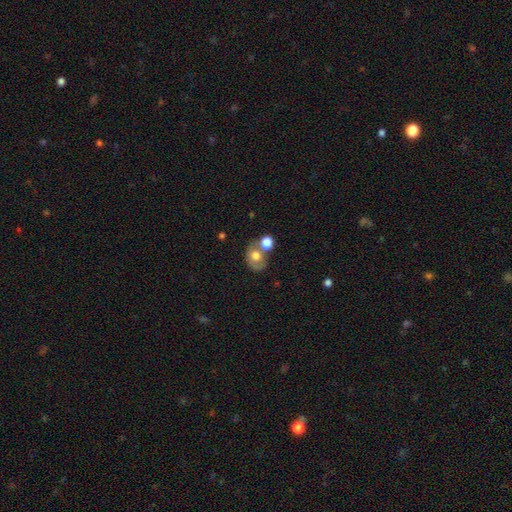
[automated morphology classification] Q: Smooth or featured?
A: smooth (62%); runner-up: featured or disk (29%)
Q: How rounded?
A: in between (52%); runner-up: round (46%)
Q: Merging?
A: merger (45%); runner-up: none (32%)